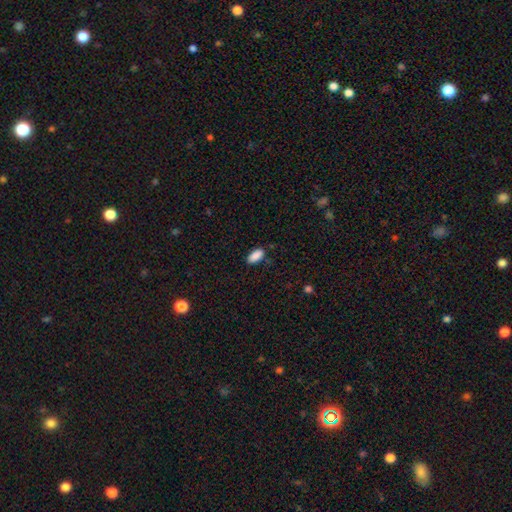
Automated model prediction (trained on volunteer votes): smooth_or_featured: smooth (p=0.90) [alt: star or artifact p=0.07]
how_rounded: in between (p=0.90) [alt: cigar-shaped p=0.08]
merging: none (p=0.84) [alt: minor disturbance p=0.12]